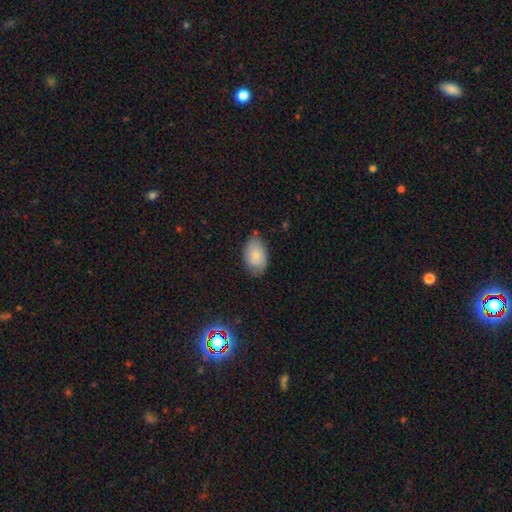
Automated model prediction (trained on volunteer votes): Smooth or featured? Predicted: smooth (p=0.85). How rounded? Predicted: in between (p=0.91). Merging? Predicted: none (p=0.75).